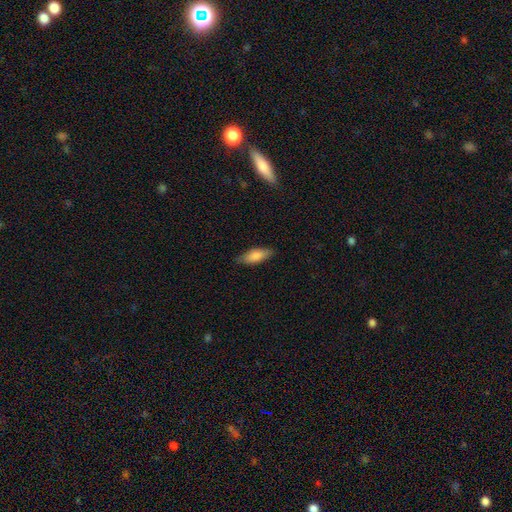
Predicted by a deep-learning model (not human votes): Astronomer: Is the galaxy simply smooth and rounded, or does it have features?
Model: smooth — 81%.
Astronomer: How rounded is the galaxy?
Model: in between — 71%.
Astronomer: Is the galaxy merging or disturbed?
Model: none — 83%.